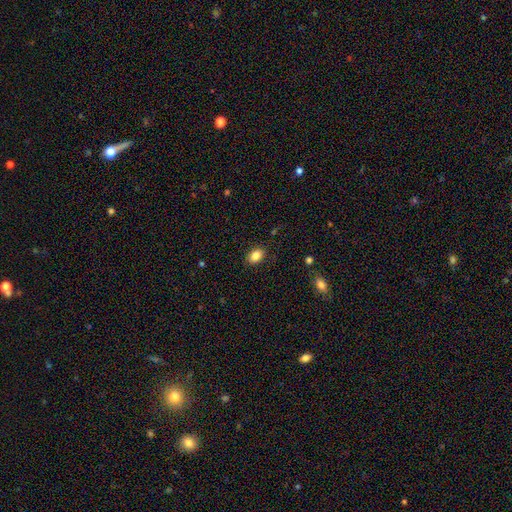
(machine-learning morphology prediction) Q: Smooth or featured?
A: smooth (85%); runner-up: star or artifact (9%)
Q: How rounded?
A: in between (80%); runner-up: round (19%)
Q: Merging?
A: none (87%); runner-up: minor disturbance (9%)